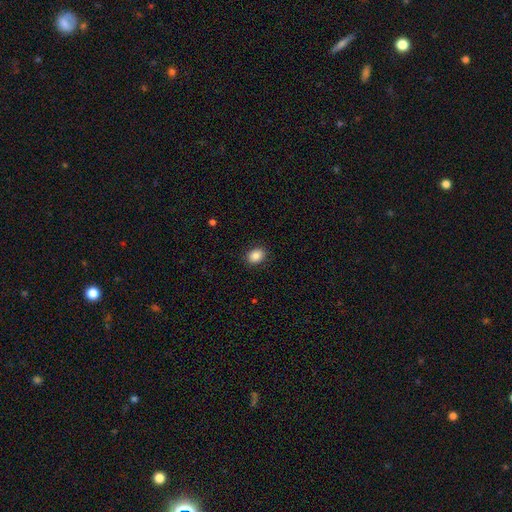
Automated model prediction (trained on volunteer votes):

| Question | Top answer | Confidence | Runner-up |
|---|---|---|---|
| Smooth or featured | smooth | 86% | star or artifact (9%) |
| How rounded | in between | 61% | round (38%) |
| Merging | none | 88% | minor disturbance (8%) |